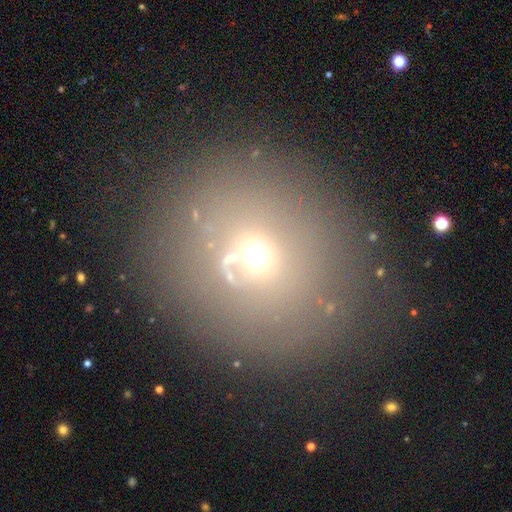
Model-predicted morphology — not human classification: A smooth galaxy with no disk features (58%) that is round (88%). Merging: none (78%).